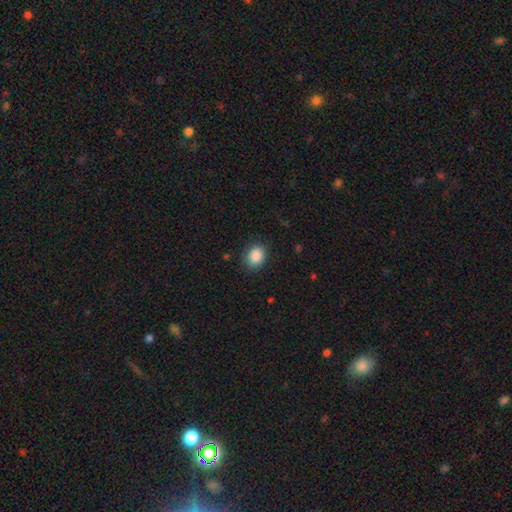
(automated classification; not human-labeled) Smooth or featured? smooth (88%)
How rounded? in between (50%)
Merging? none (85%)